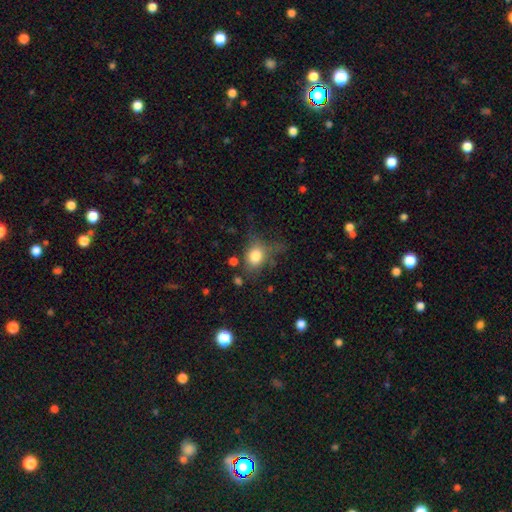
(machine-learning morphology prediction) This appears to be a smooth galaxy with no disk features (76%) that is round (52%). Merging: none (45%).